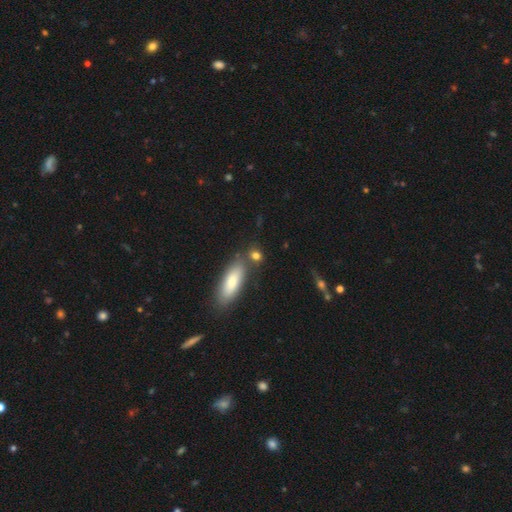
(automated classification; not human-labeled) Morphology: type=smooth (77%); roundness=in between (45%); merging=none (66%).